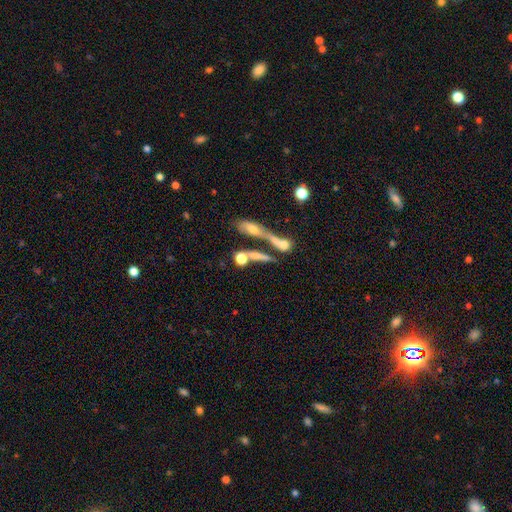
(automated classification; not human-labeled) Morphology: type=smooth (56%); roundness=cigar-shaped (57%); merging=merger (44%).